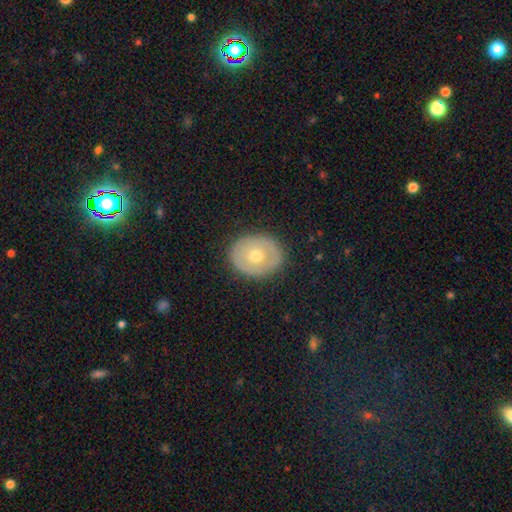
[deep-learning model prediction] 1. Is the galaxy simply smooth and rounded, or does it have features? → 51% smooth, 42% featured or disk, 7% star or artifact.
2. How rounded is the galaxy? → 60% round, 39% in between, 1% cigar-shaped.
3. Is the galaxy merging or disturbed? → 87% none, 10% minor disturbance, 3% major disturbance, 1% merger.